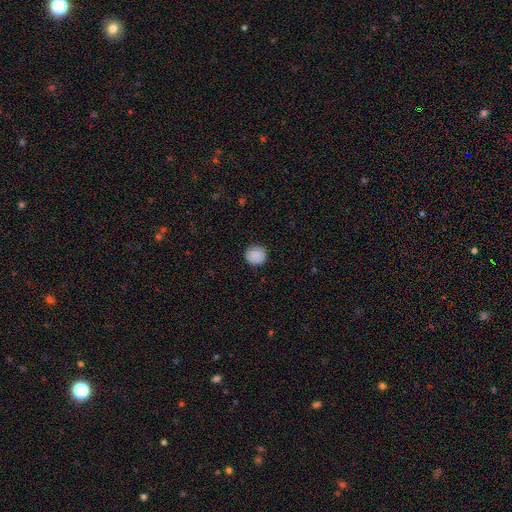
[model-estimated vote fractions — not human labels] smooth-or-featured: smooth: 89% | star or artifact: 8% | featured or disk: 3%
  how-rounded: round: 93% | in between: 6% | cigar-shaped: 1%
  merging: none: 92% | minor disturbance: 6% | major disturbance: 2% | merger: 1%